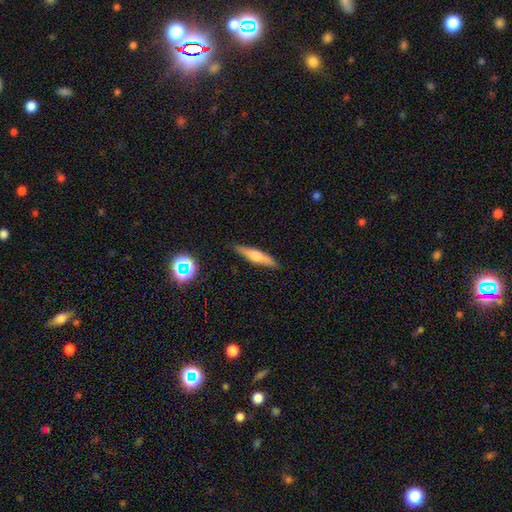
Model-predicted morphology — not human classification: This appears to be a featured or disk galaxy (46%). Merging: none (88%).